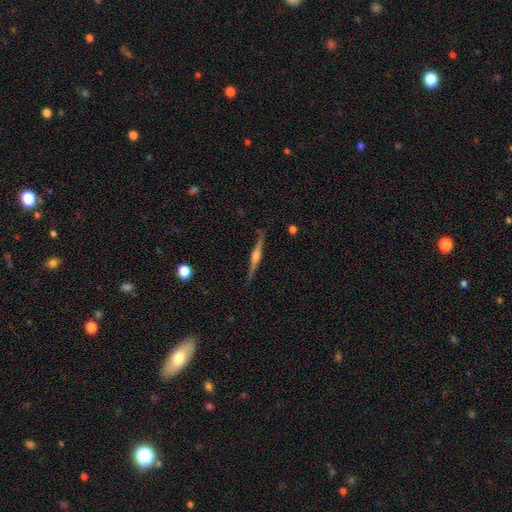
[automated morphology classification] featured or disk 79%, smooth 15%, star or artifact 6%. Down the decision tree: edge-on disk — yes (98%); edge-on bulge — rounded (81%); merging — none (88%).